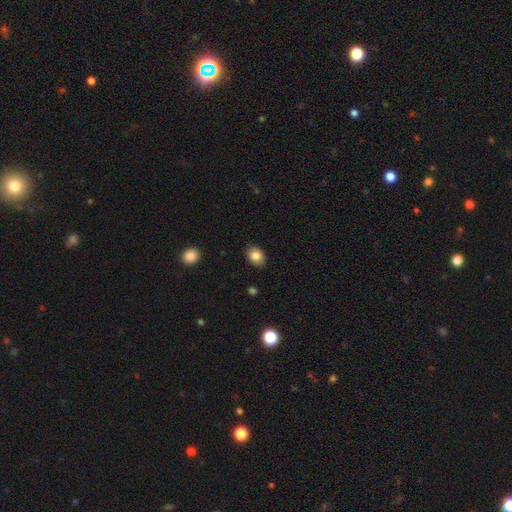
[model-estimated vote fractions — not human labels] smooth 84%, star or artifact 9%, featured or disk 7%. Down the decision tree: how rounded — in between (60%); merging — none (86%).